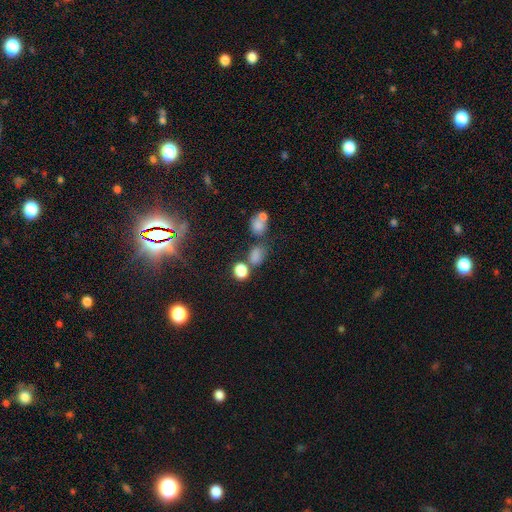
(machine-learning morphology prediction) Overall: smooth (72%). How rounded: in between (52%; round 46%). Merging: none (51%; merger 25%).